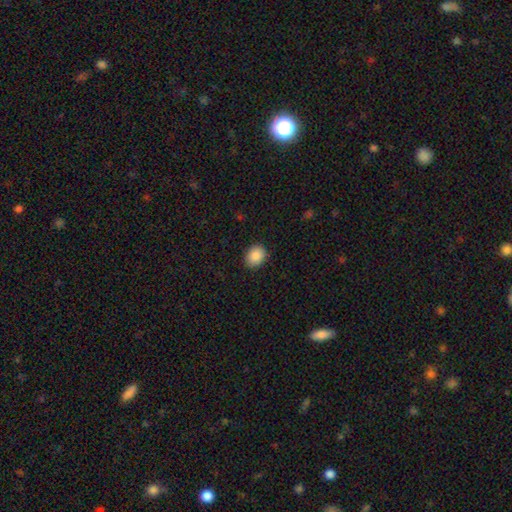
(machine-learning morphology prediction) This is clearly a smooth galaxy (89%). How rounded: possibly in between (52%). Merging: clearly none (89%).